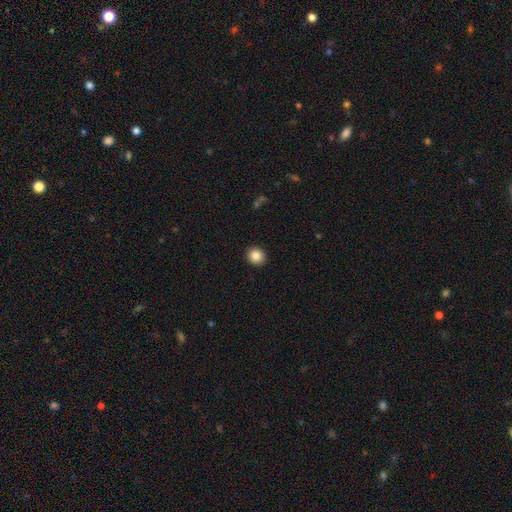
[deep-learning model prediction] Smooth or featured: smooth — 85% (star or artifact — 9%)
How rounded: round — 83% (in between — 16%)
Merging: none — 92% (minor disturbance — 5%)